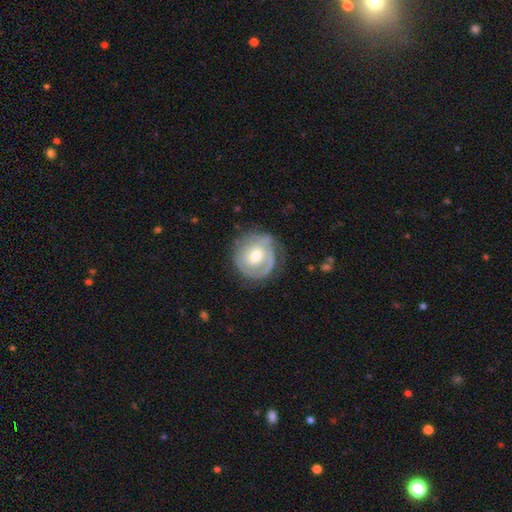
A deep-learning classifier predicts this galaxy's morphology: Smooth or featured?
  - featured or disk: 65% *
  - smooth: 30%
  - star or artifact: 6%
Edge-on disk?
  - no: 97% *
  - yes: 3%
Bar?
  - no: 72% *
  - weak: 23%
  - strong: 5%
Spiral arms?
  - yes: 73% *
  - no: 27%
Bulge size?
  - moderate: 67% *
  - small: 26%
  - large: 5%
  - none: 1%
  - dominant: 1%
Merging?
  - none: 69% *
  - minor disturbance: 20%
  - major disturbance: 9%
  - merger: 2%